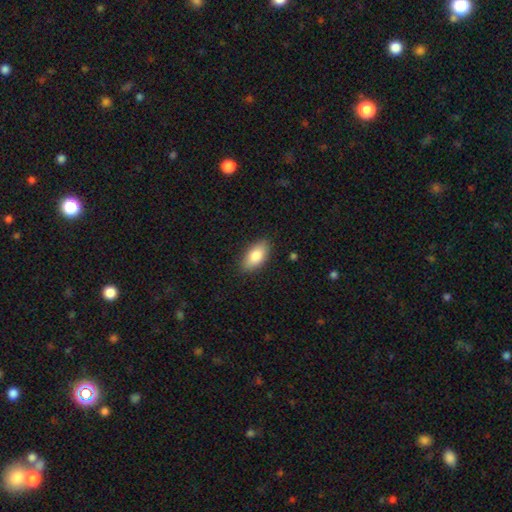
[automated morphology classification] Overall: smooth (82%). How rounded: in between (90%). Merging: none (87%).